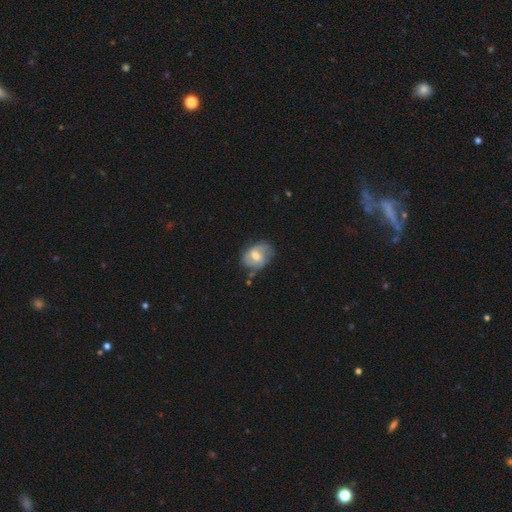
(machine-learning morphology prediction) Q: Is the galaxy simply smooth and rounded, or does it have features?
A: featured or disk — 56%.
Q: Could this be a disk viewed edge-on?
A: no — 96%.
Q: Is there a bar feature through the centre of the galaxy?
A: weak — 52%.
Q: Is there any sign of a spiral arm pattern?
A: yes — 75%.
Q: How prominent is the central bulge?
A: moderate — 66%.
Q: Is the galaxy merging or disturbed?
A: none — 60%.